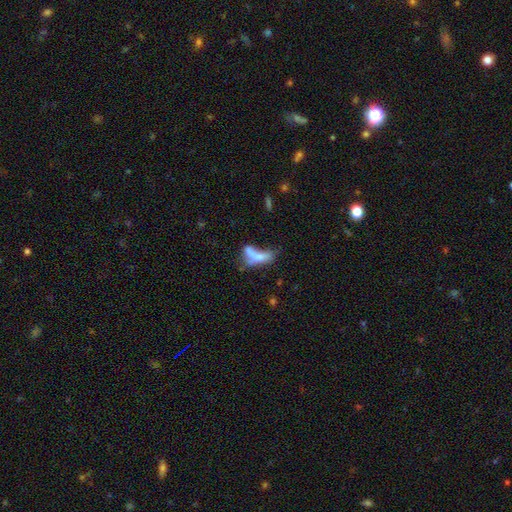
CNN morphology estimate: This is possibly a smooth galaxy (58%). How rounded: possibly in between (57%). Merging: marginally merger (41%).